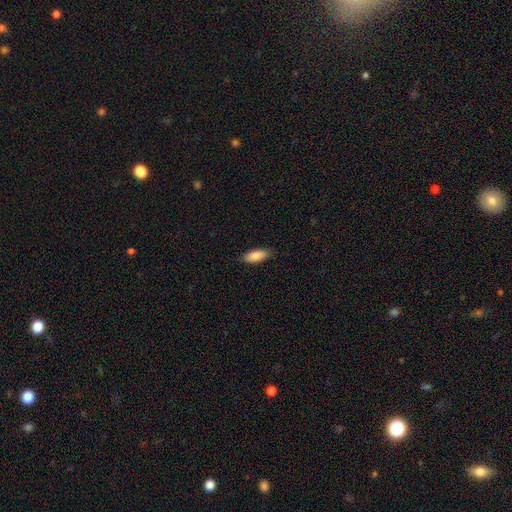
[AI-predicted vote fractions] smooth-or-featured: smooth: 85% | featured or disk: 9% | star or artifact: 6%
  how-rounded: in between: 79% | cigar-shaped: 19% | round: 2%
  merging: none: 85% | minor disturbance: 12% | major disturbance: 2% | merger: 1%